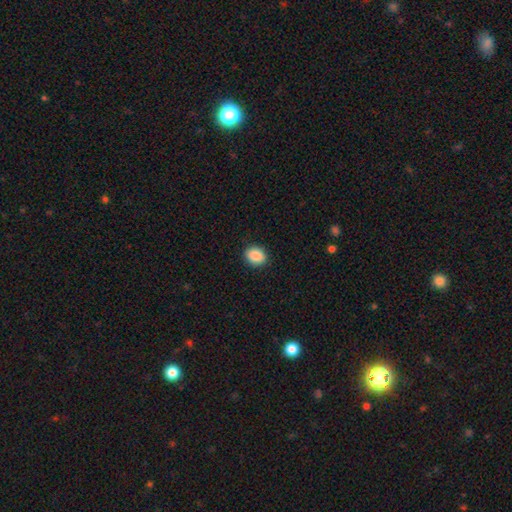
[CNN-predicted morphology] Smooth or featured? Predicted: smooth (p=0.89). How rounded? Predicted: round (p=0.53). Merging? Predicted: none (p=0.90).